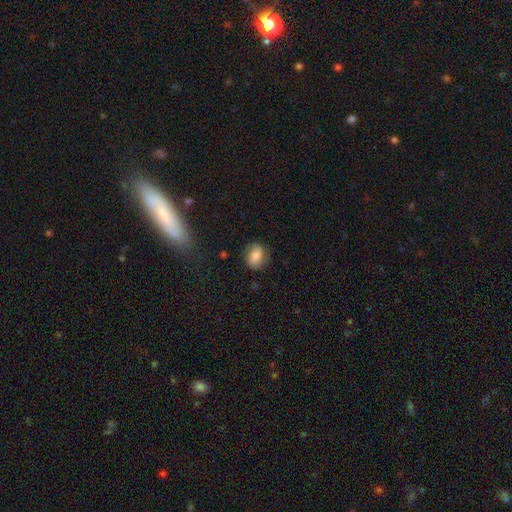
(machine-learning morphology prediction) Smooth or featured? smooth (69%)
How rounded? round (51%)
Merging? none (78%)